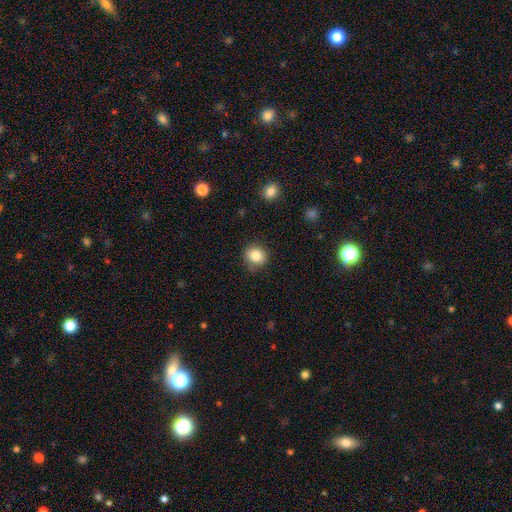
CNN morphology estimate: smooth_or_featured: smooth (p=0.85) [alt: star or artifact p=0.10]
how_rounded: round (p=0.80) [alt: in between p=0.19]
merging: none (p=0.86) [alt: minor disturbance p=0.10]